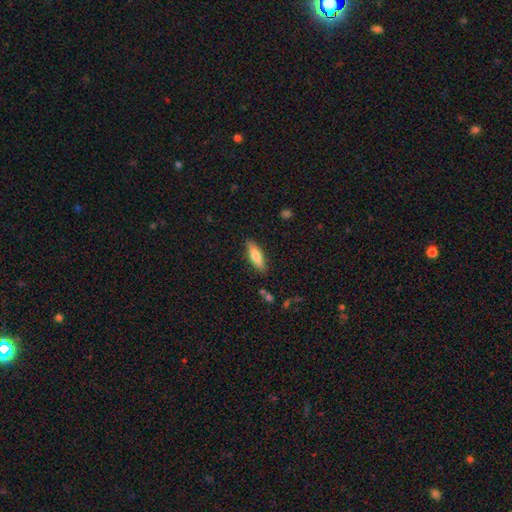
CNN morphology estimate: Smooth or featured?
  - smooth: 69% *
  - featured or disk: 25%
  - star or artifact: 6%
How rounded?
  - cigar-shaped: 56% *
  - in between: 42%
  - round: 2%
Merging?
  - none: 85% *
  - minor disturbance: 11%
  - major disturbance: 2%
  - merger: 2%